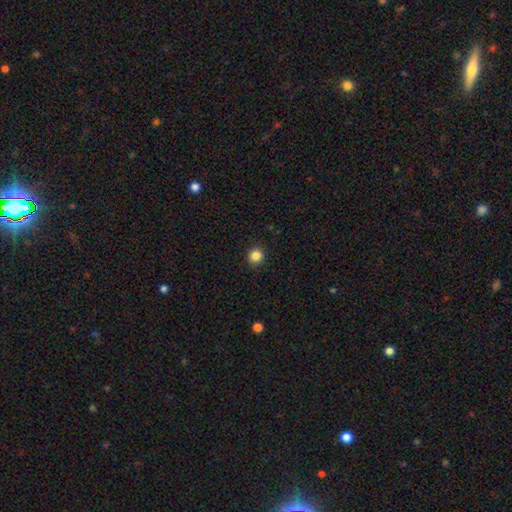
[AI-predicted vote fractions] Smooth or featured? smooth (85%)
How rounded? round (93%)
Merging? none (92%)